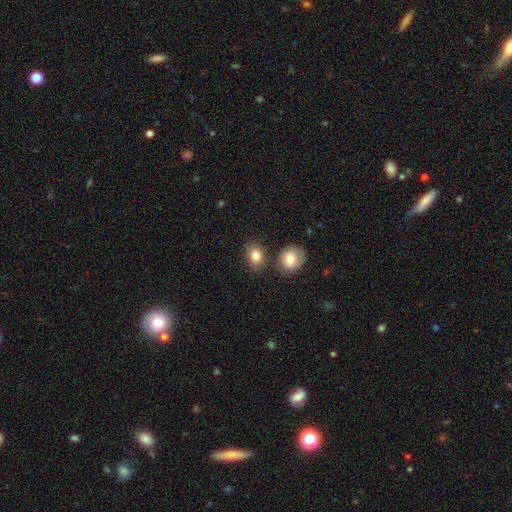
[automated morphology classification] Smooth or featured?
  - smooth: 83% *
  - featured or disk: 9%
  - star or artifact: 8%
How rounded?
  - in between: 67% *
  - round: 32%
  - cigar-shaped: 1%
Merging?
  - none: 71% *
  - merger: 13%
  - minor disturbance: 13%
  - major disturbance: 3%